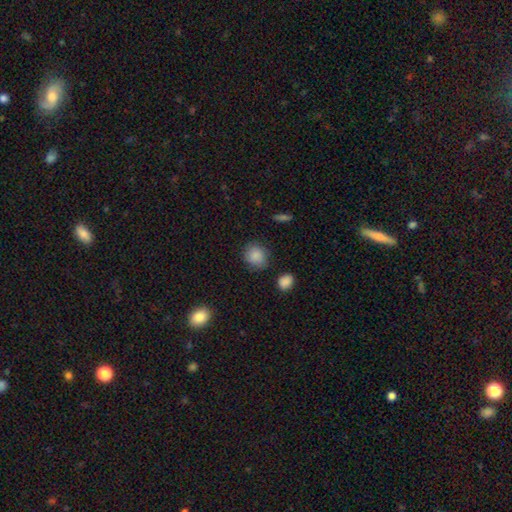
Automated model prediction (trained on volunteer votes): smooth 87%, star or artifact 8%, featured or disk 4%. Down the decision tree: how rounded — round (79%); merging — none (79%).